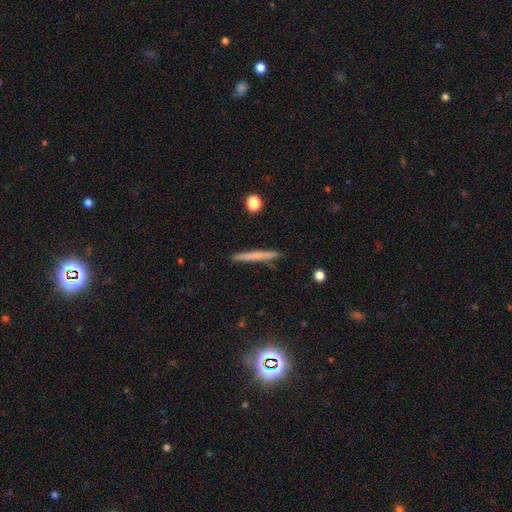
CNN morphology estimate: smooth-or-featured: smooth: 60% | featured or disk: 33% | star or artifact: 7%
  how-rounded: cigar-shaped: 96% | in between: 2% | round: 2%
  merging: none: 89% | minor disturbance: 8% | major disturbance: 2% | merger: 2%